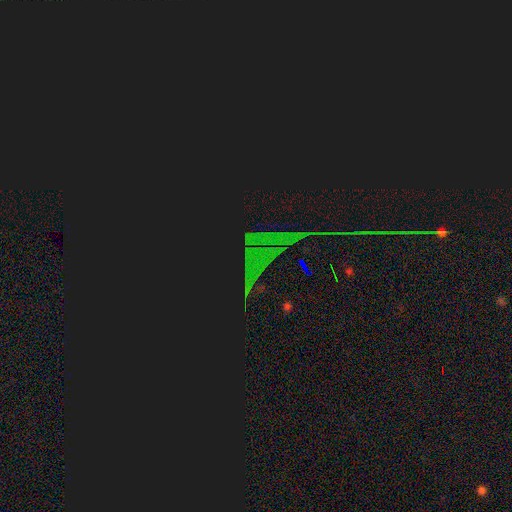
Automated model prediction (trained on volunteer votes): A star or artifact, not a galaxy (87%).